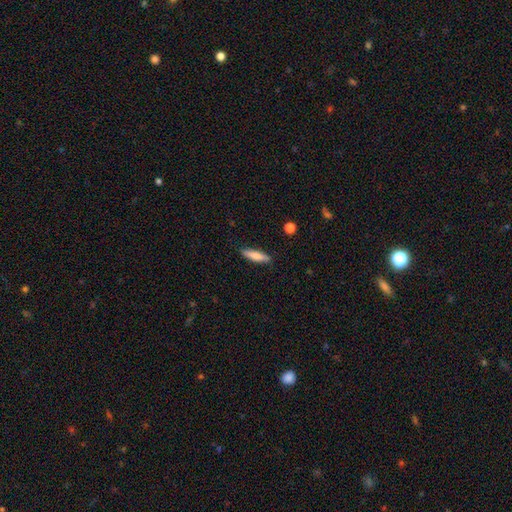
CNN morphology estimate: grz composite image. It shows a smooth galaxy with no disk features (75%) that is cigar-shaped (73%). Merging: none (87%).